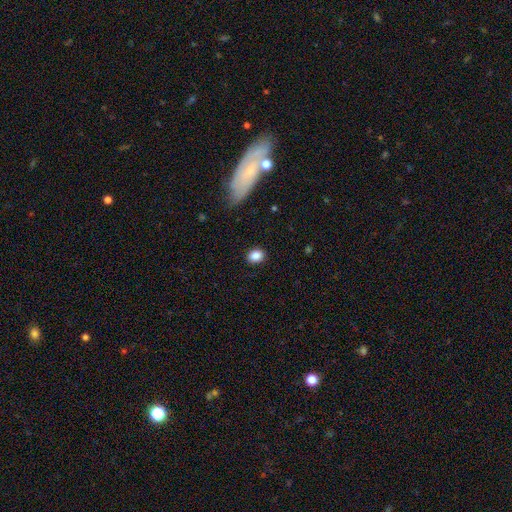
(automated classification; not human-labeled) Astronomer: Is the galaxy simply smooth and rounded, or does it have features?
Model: smooth — 87%.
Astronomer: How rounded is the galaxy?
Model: in between — 56% (runner-up: round, 43%).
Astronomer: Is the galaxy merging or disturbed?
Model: none — 87%.